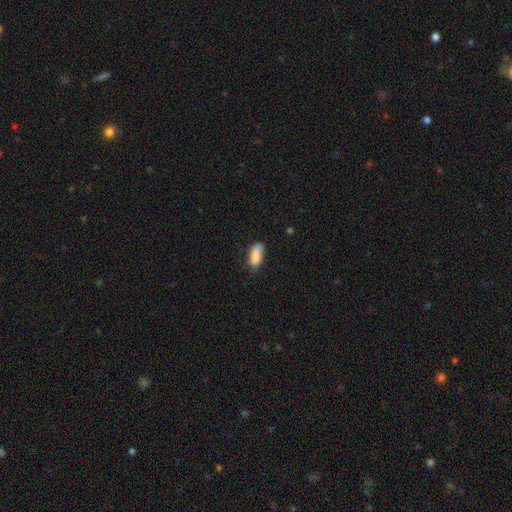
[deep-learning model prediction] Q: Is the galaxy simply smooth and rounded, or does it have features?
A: smooth — 86%.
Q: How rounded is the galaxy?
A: in between — 87%.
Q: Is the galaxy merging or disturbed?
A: none — 66%.